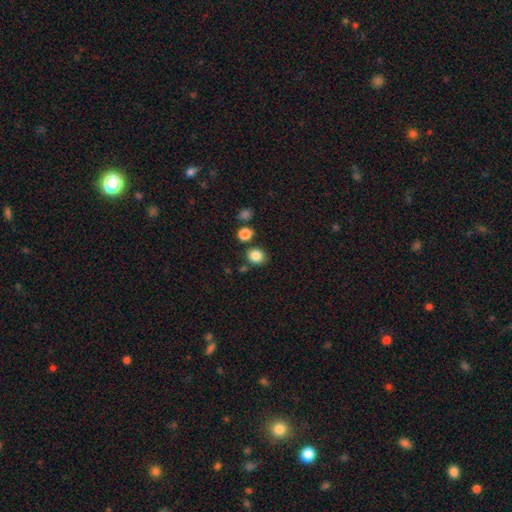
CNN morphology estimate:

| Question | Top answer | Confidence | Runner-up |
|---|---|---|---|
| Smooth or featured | smooth | 84% | star or artifact (11%) |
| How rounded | round | 73% | in between (26%) |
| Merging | none | 79% | minor disturbance (10%) |